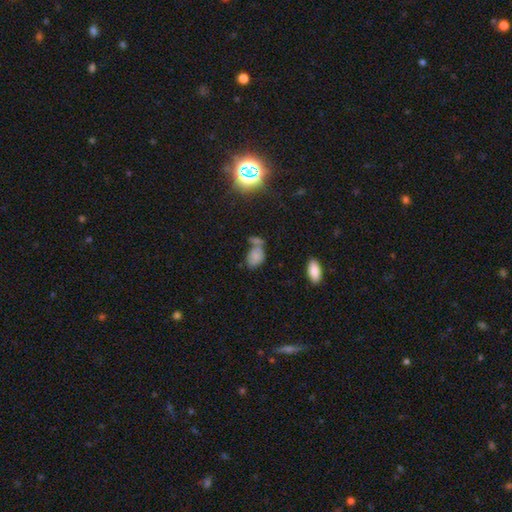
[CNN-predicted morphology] The model was most divided on "merging": none: 38%, merger: 35%, minor disturbance: 18%, major disturbance: 9%. More confident: how rounded — in between (82%); smooth or featured — smooth (73%).